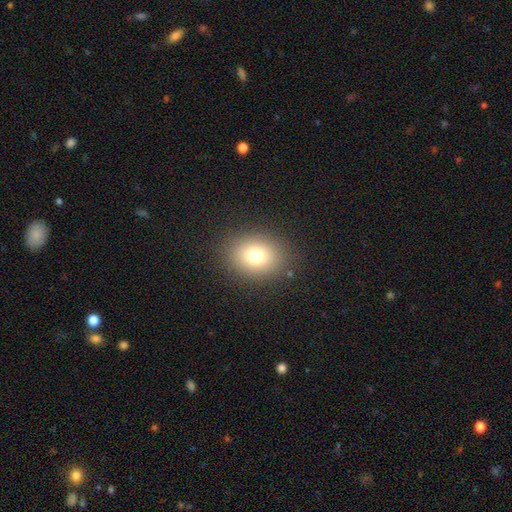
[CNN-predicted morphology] This is likely a smooth galaxy (75%). How rounded: possibly round (59%). Merging: clearly none (87%).